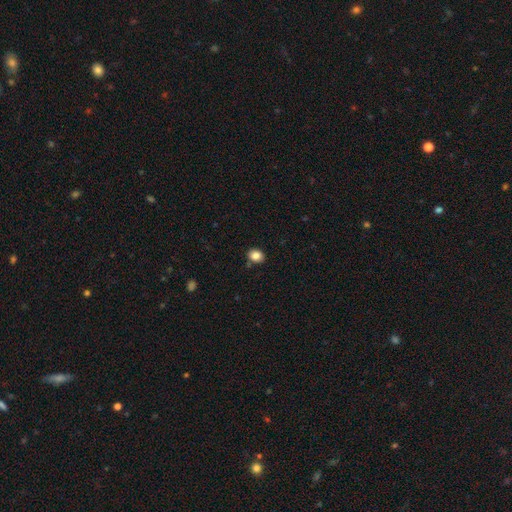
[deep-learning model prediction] Morphology: type=smooth (85%); roundness=round (62%); merging=none (83%).